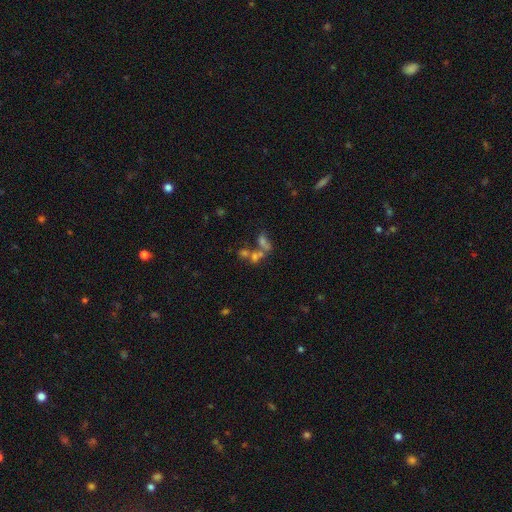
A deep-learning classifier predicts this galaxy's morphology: Smooth or featured?
  - smooth: 41% *
  - featured or disk: 30%
  - star or artifact: 29%
Merging?
  - merger: 51% *
  - none: 32%
  - major disturbance: 9%
  - minor disturbance: 8%